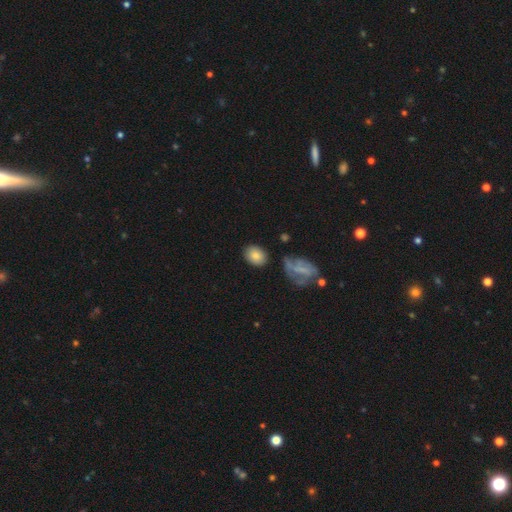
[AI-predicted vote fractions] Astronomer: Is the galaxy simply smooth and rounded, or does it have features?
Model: smooth — 77%.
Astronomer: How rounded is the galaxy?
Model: in between — 62%.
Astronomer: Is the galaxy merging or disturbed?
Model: none — 75%.